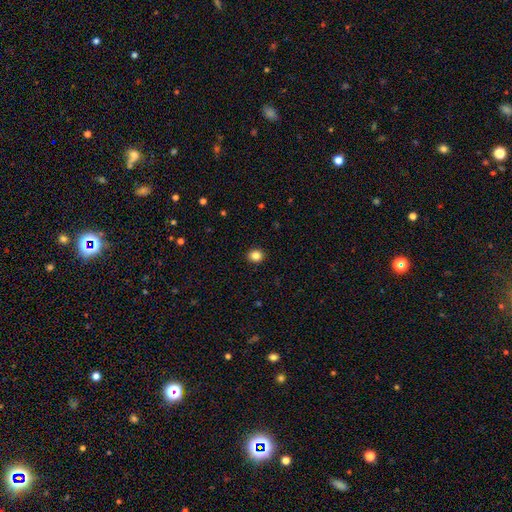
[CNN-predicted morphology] smooth-or-featured: smooth: 85% | star or artifact: 11% | featured or disk: 4%
  how-rounded: round: 74% | in between: 25% | cigar-shaped: 1%
  merging: none: 91% | minor disturbance: 6% | major disturbance: 2% | merger: 1%